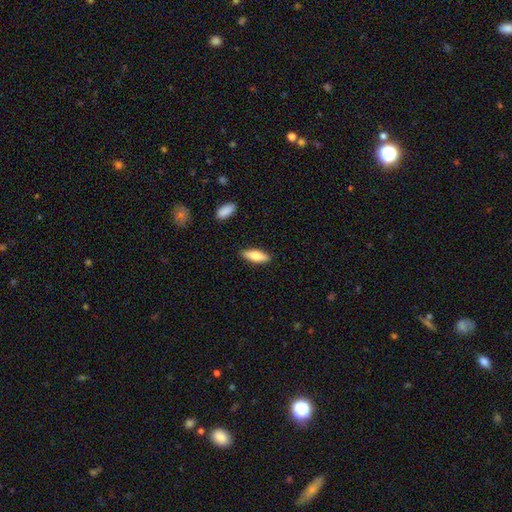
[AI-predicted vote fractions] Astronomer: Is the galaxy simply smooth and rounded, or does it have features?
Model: smooth — 69%.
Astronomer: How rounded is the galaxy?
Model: in between — 61%.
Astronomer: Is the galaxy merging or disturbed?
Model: none — 88%.